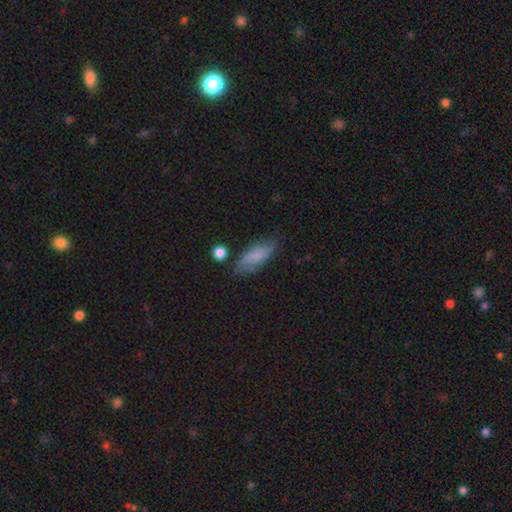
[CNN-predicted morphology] Overall: smooth (73%). How rounded: in between (67%; cigar-shaped 30%). Merging: none (71%).